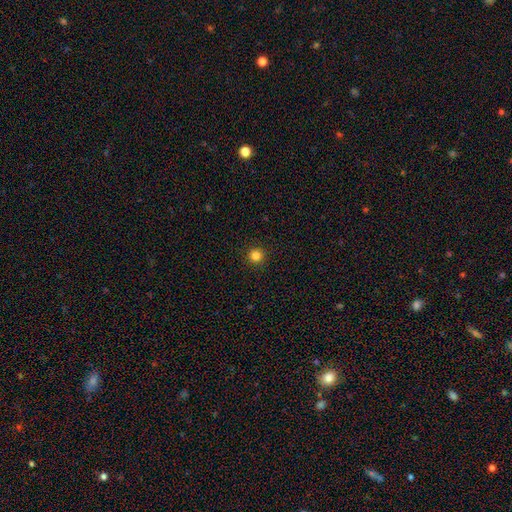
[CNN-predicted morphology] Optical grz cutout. It shows a smooth galaxy with no disk features (83%) that is round (96%). Merging: none (93%).